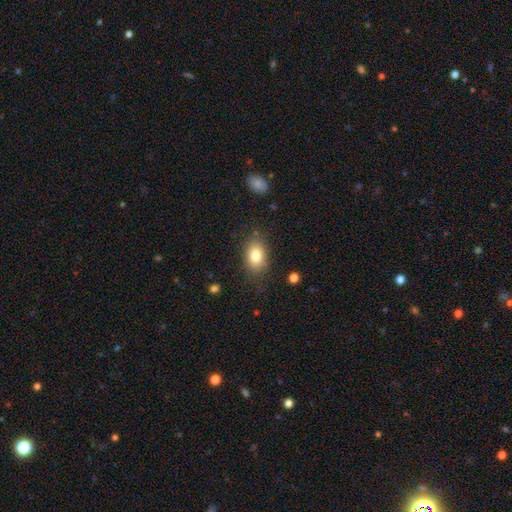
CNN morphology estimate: This is clearly a smooth galaxy (81%). How rounded: clearly in between (82%). Merging: likely none (80%).